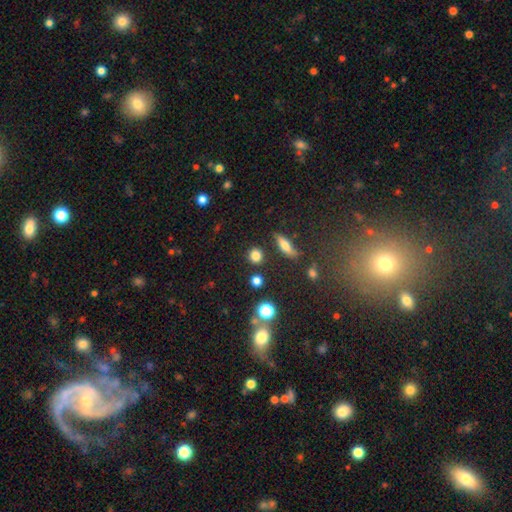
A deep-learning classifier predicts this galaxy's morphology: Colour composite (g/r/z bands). It shows a smooth galaxy with no disk features (79%) that is round (84%). Merging: none (84%).